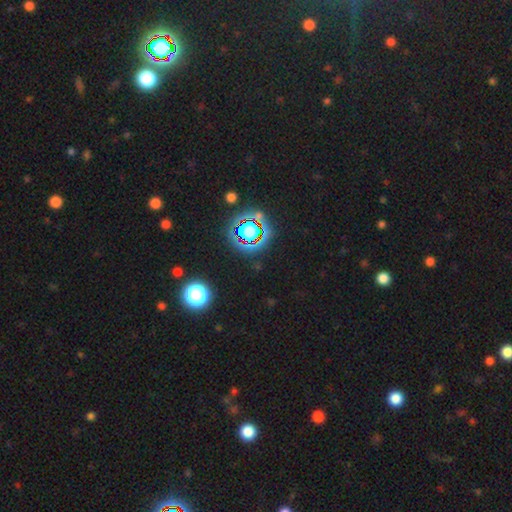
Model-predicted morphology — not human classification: Smooth or featured? star or artifact (81%)